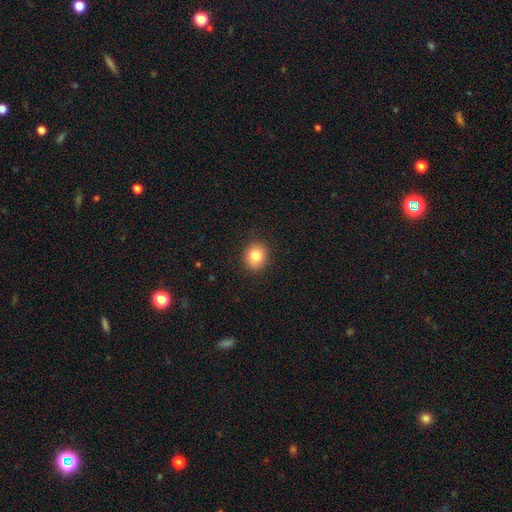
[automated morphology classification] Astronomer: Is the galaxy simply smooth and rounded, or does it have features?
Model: smooth — 82%.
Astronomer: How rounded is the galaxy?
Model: round — 71%.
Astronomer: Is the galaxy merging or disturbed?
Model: none — 89%.